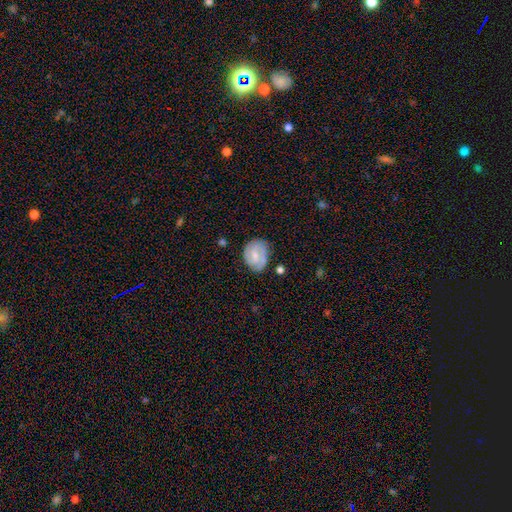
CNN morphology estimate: Smooth or featured? featured or disk (57%)
Edge-on disk? no (97%)
Bar? weak (51%)
Spiral arms? yes (81%)
Bulge size? small (48%)
Merging? none (67%)